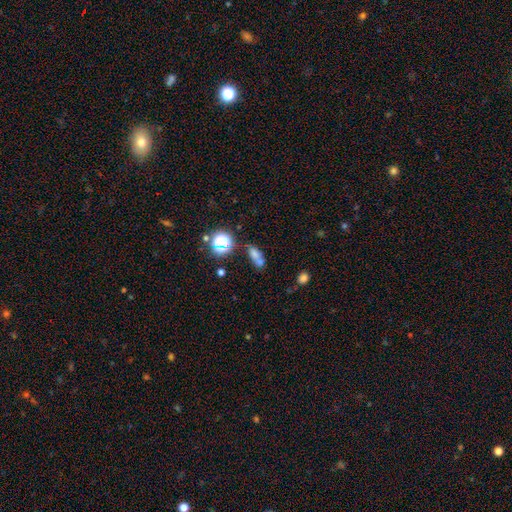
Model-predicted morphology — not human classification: type=smooth (63%); roundness=in between (66%); merging=merger (41%).